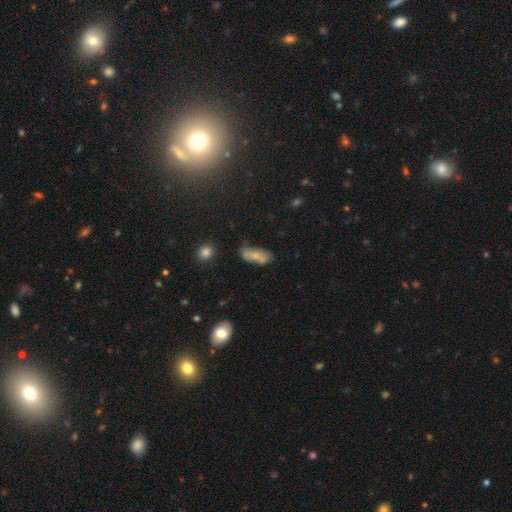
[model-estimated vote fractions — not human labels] Smooth or featured? Predicted: smooth (p=0.67). How rounded? Predicted: in between (p=0.79). Merging? Predicted: none (p=0.57).